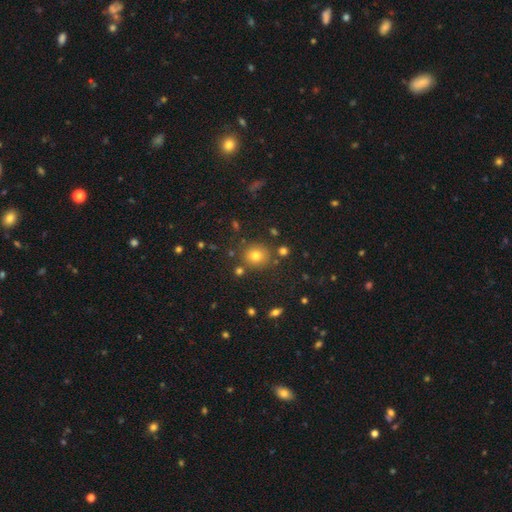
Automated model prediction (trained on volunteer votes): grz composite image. It shows a smooth galaxy with no disk features (75%) that is round (82%). Merging: none (82%).